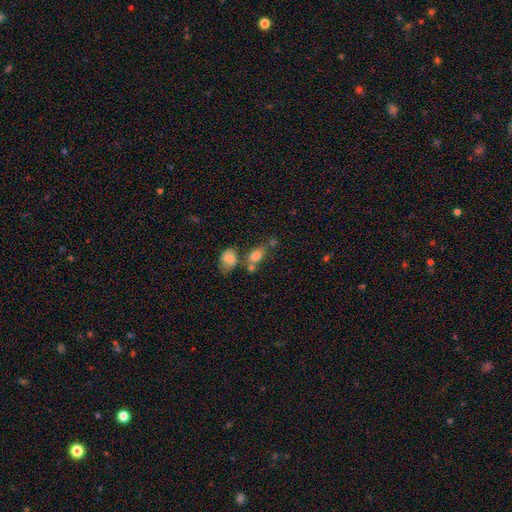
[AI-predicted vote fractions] Morphology: type=smooth (79%); roundness=in between (78%); merging=none (47%).